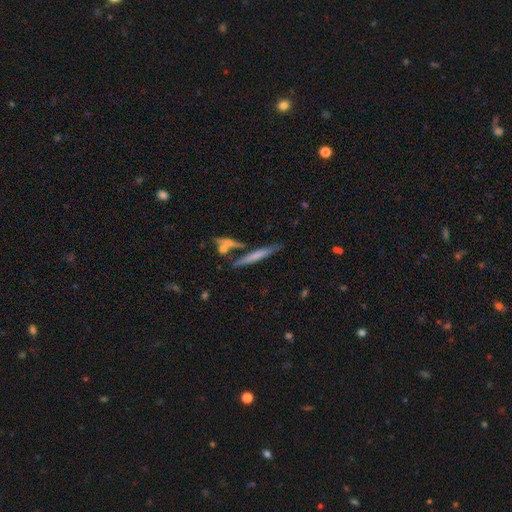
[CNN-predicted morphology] Q: Smooth or featured?
A: smooth (55%); runner-up: featured or disk (38%)
Q: How rounded?
A: cigar-shaped (93%); runner-up: in between (5%)
Q: Merging?
A: none (73%); runner-up: merger (12%)